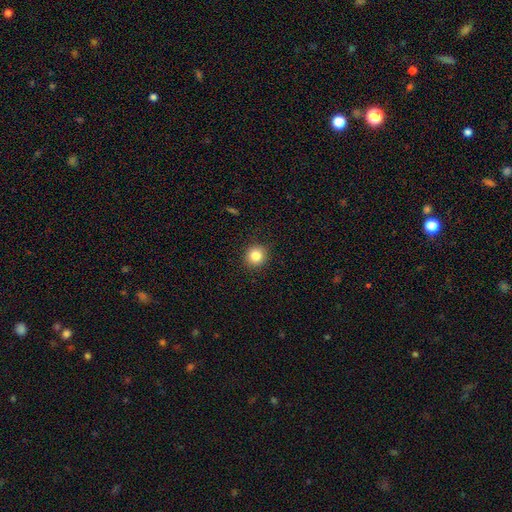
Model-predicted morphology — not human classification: This appears to be a smooth galaxy with no disk features (84%) that is round (91%). Merging: none (91%).